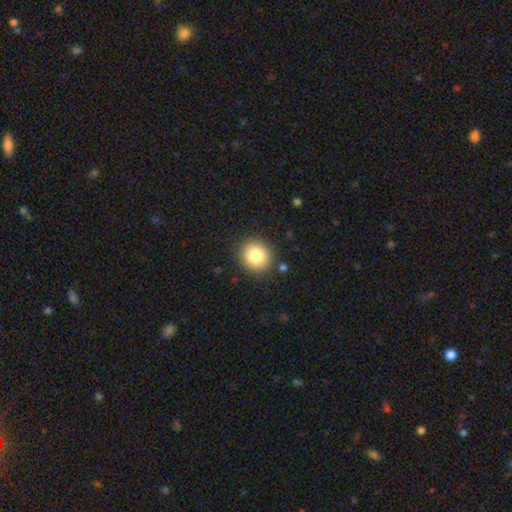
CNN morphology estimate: Smooth or featured: smooth — 84% (star or artifact — 9%)
How rounded: round — 89% (in between — 10%)
Merging: none — 88% (minor disturbance — 7%)